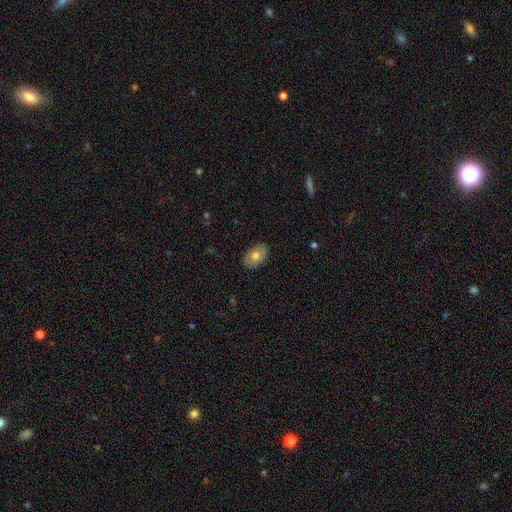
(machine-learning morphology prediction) This appears to be a smooth galaxy with no disk features (69%) that is in between round and cigar-shaped (90%). Merging: none (86%).